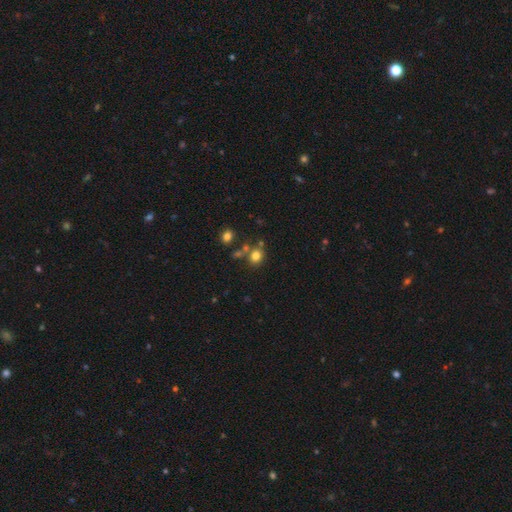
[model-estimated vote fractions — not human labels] Smooth or featured?
  - smooth: 77% *
  - star or artifact: 15%
  - featured or disk: 8%
How rounded?
  - round: 67% *
  - in between: 32%
  - cigar-shaped: 1%
Merging?
  - none: 66% *
  - merger: 18%
  - minor disturbance: 12%
  - major disturbance: 5%